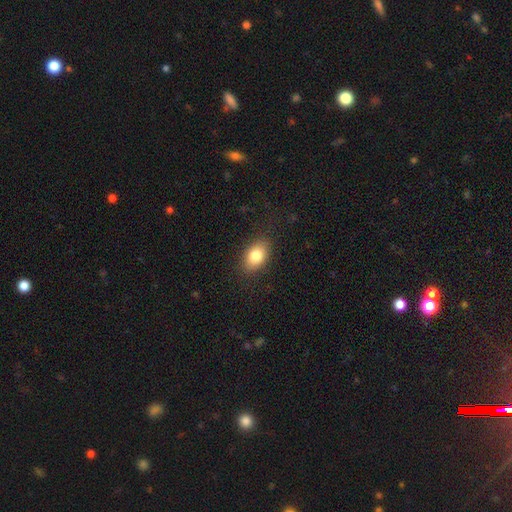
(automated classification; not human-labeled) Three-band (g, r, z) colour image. It shows a smooth galaxy with no disk features (83%) that is in between round and cigar-shaped (86%). Merging: none (85%).